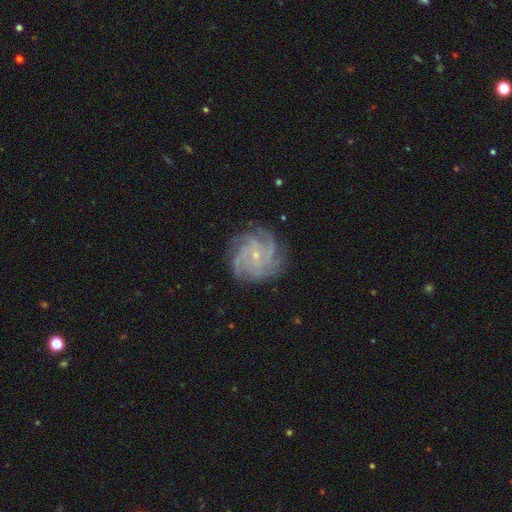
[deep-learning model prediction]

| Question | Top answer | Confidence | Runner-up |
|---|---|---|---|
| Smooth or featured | featured or disk | 87% | star or artifact (7%) |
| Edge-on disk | no | 98% | yes (2%) |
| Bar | no | 63% | weak (30%) |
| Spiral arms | yes | 98% | no (2%) |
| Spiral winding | tight | 62% | medium (32%) |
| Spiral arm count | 4 | 37% | more than 4 (17%) |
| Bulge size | small | 82% | moderate (14%) |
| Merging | none | 80% | minor disturbance (14%) |